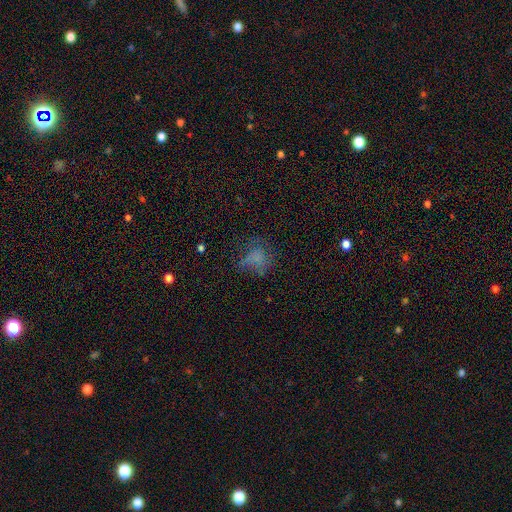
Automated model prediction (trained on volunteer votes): Overall: smooth (57%; star or artifact 22%). How rounded: round (59%; in between 39%). Merging: none (49%; major disturbance 26%).